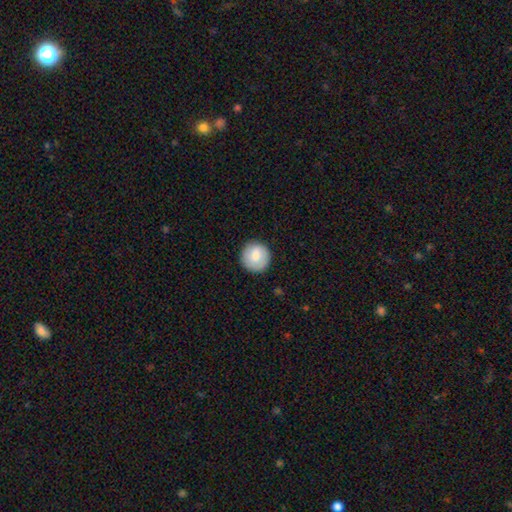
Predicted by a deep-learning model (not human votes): Smooth or featured: smooth — 81% (featured or disk — 12%)
How rounded: round — 94% (in between — 5%)
Merging: none — 88% (minor disturbance — 9%)